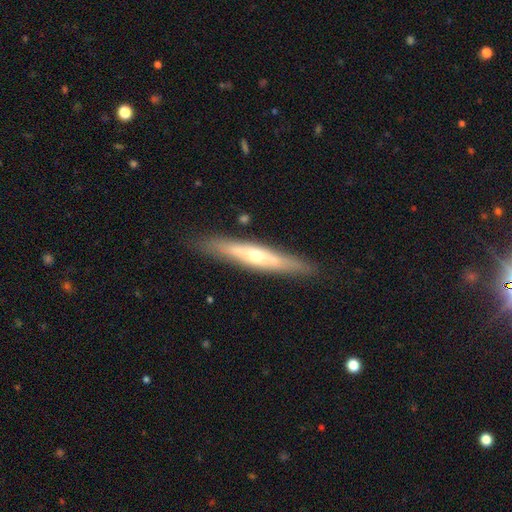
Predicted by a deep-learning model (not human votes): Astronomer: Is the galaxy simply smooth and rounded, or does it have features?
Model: featured or disk — 60%.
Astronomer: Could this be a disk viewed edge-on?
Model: yes — 81%.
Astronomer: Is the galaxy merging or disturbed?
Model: none — 86%.